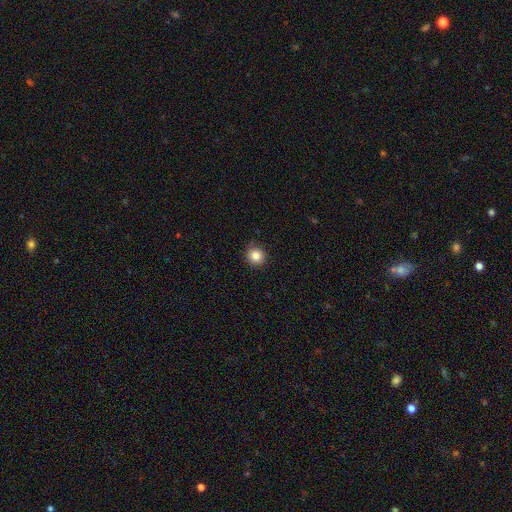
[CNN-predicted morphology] The model was most divided on "smooth or featured": smooth: 84%, star or artifact: 11%, featured or disk: 6%. More confident: how rounded — round (92%); merging — none (88%).